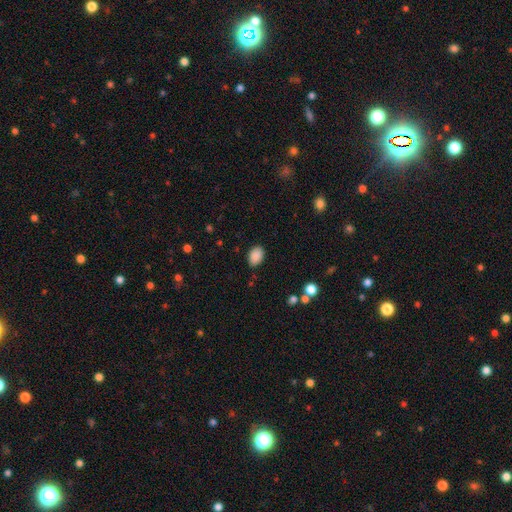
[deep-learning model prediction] Smooth or featured? smooth (89%)
How rounded? in between (82%)
Merging? none (85%)